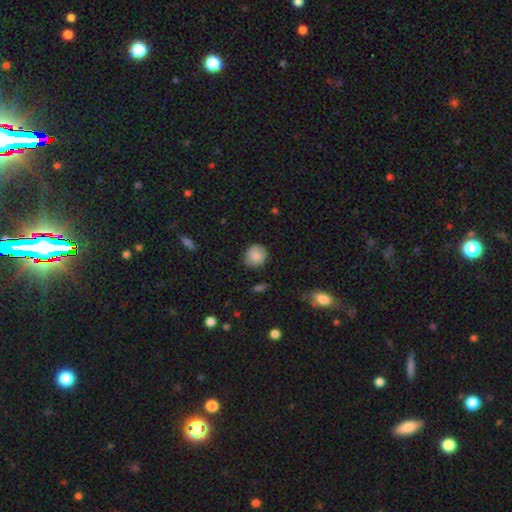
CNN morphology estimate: A smooth galaxy with no disk features (85%) that is round (86%). Merging: none (82%).